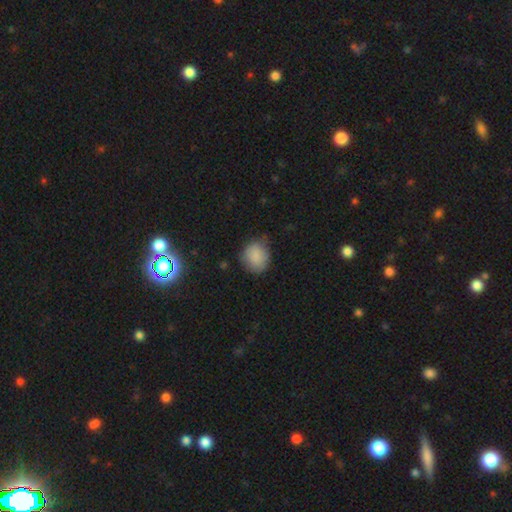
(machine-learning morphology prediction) Smooth or featured? smooth (85%)
How rounded? round (73%)
Merging? none (68%)